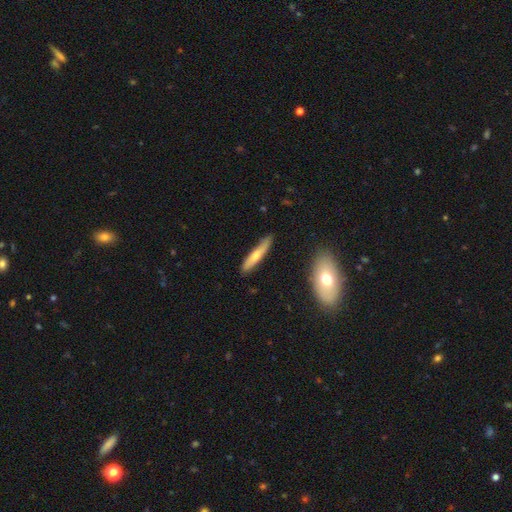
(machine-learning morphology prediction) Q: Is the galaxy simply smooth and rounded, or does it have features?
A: smooth — 64%.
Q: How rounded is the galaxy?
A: cigar-shaped — 89%.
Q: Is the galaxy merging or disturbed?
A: none — 80%.